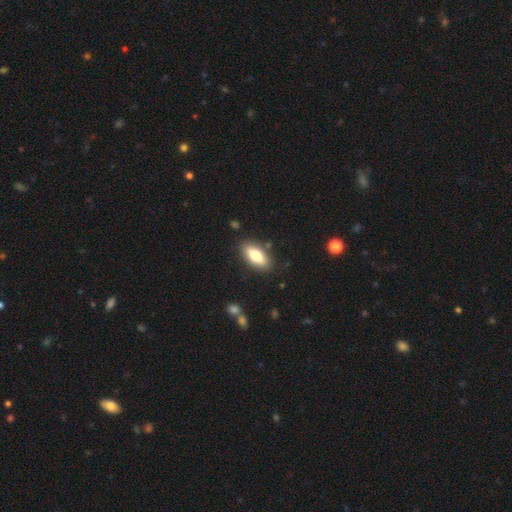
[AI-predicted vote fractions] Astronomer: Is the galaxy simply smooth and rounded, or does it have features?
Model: smooth — 74%.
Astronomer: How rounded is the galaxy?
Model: in between — 84%.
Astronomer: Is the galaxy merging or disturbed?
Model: none — 85%.